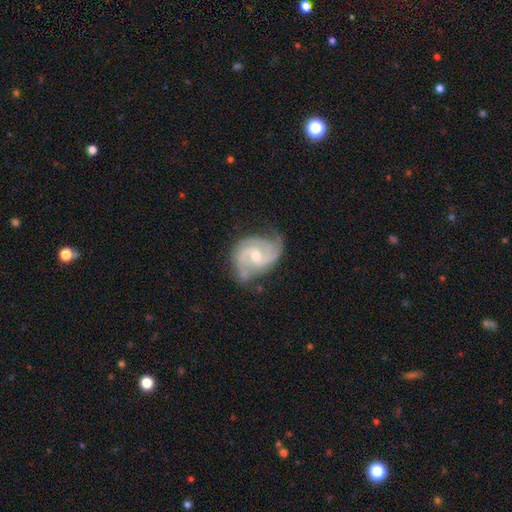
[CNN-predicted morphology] Smooth or featured?
  - featured or disk: 89% *
  - smooth: 6%
  - star or artifact: 4%
Edge-on disk?
  - no: 98% *
  - yes: 2%
Bar?
  - weak: 47% *
  - no: 43%
  - strong: 10%
Spiral arms?
  - yes: 97% *
  - no: 3%
Spiral winding?
  - medium: 50% *
  - tight: 35%
  - loose: 14%
Spiral arm count?
  - 2: 62% *
  - 3: 23%
  - can't tell: 7%
  - 4: 3%
  - 1: 3%
  - more than 4: 2%
Bulge size?
  - moderate: 65% *
  - small: 31%
  - large: 3%
  - none: 1%
  - dominant: 1%
Merging?
  - none: 65% *
  - minor disturbance: 25%
  - major disturbance: 8%
  - merger: 2%